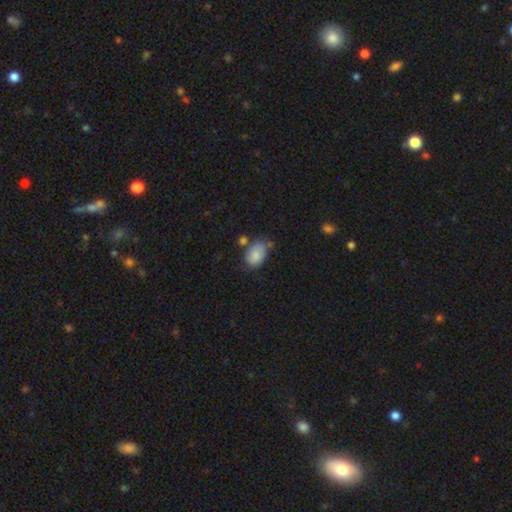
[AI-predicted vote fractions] This is likely a smooth galaxy (80%). How rounded: clearly in between (84%). Merging: possibly none (55%).